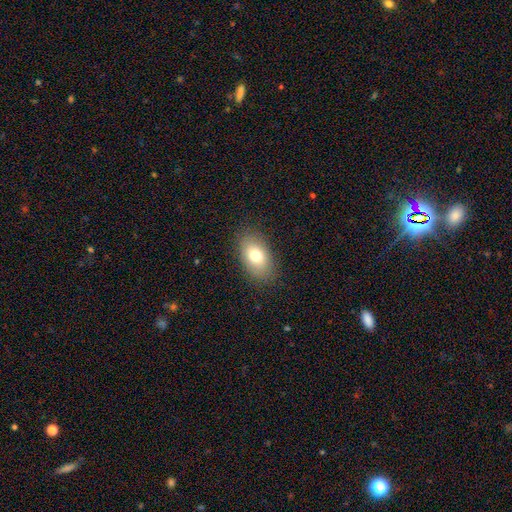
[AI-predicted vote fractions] smooth-or-featured: smooth: 76% | featured or disk: 15% | star or artifact: 9%
  how-rounded: in between: 89% | round: 9% | cigar-shaped: 2%
  merging: none: 86% | minor disturbance: 10% | major disturbance: 3% | merger: 1%